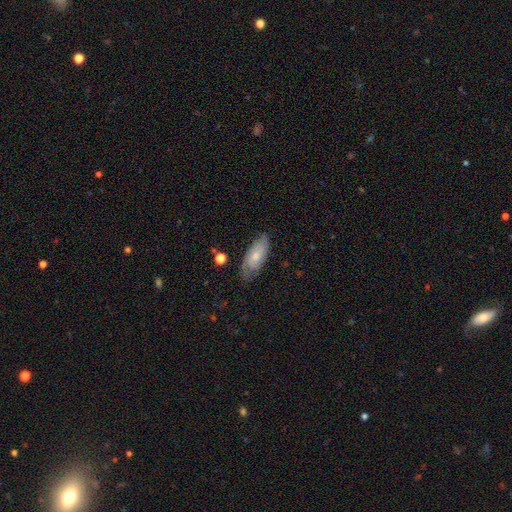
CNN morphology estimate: This appears to be a featured or disk galaxy (54%). Merging: none (71%).